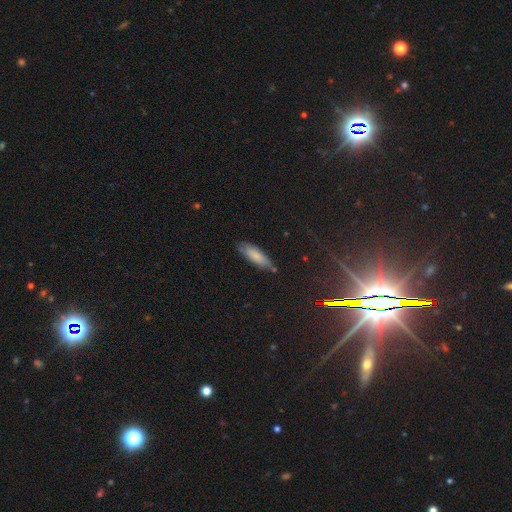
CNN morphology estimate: smooth_or_featured: smooth (p=0.79) [alt: featured or disk p=0.13]
how_rounded: in between (p=0.52) [alt: cigar-shaped p=0.47]
merging: none (p=0.75) [alt: minor disturbance p=0.19]